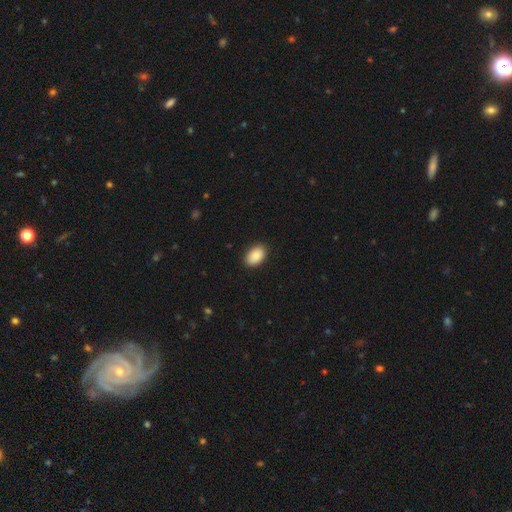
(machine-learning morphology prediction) The model was most divided on "smooth or featured": smooth: 87%, star or artifact: 7%, featured or disk: 6%. More confident: how rounded — in between (90%); merging — none (89%).